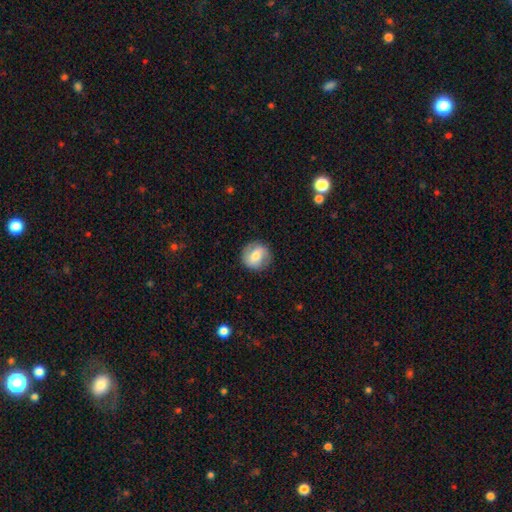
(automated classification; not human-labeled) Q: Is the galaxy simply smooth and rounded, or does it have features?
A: smooth — 58%.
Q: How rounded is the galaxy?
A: round — 88%.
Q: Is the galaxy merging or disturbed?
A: none — 86%.